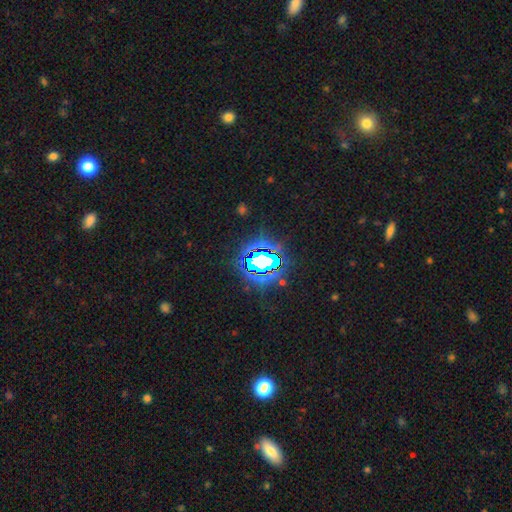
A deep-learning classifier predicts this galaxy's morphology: Overall: star or artifact (77%).